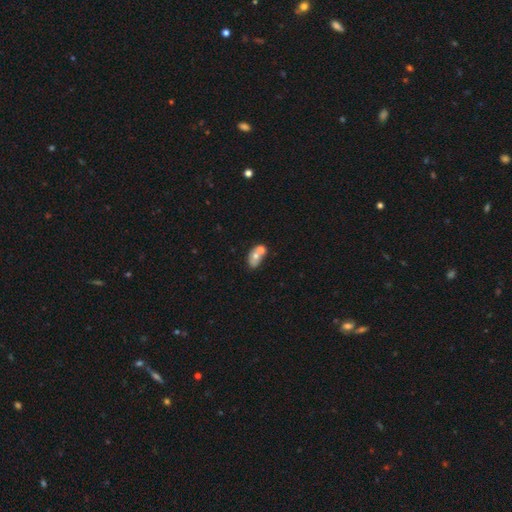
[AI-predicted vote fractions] Smooth or featured? smooth (60%)
How rounded? in between (76%)
Merging? merger (53%)